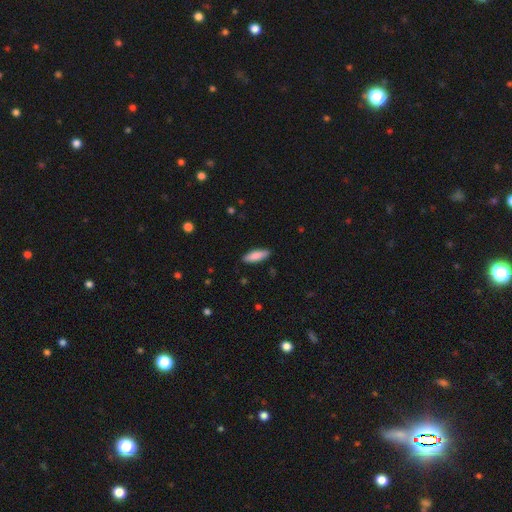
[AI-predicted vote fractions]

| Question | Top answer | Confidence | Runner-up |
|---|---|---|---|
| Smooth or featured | smooth | 86% | featured or disk (9%) |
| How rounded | in between | 54% | cigar-shaped (44%) |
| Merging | none | 88% | minor disturbance (9%) |